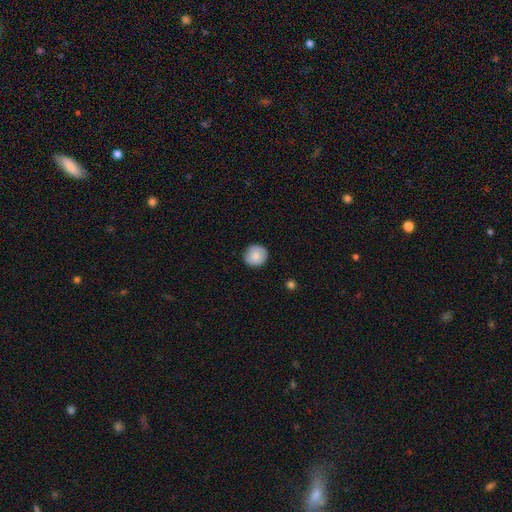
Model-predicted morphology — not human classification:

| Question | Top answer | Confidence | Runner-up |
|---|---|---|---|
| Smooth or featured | smooth | 85% | featured or disk (8%) |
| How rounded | round | 92% | in between (7%) |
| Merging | none | 90% | minor disturbance (8%) |